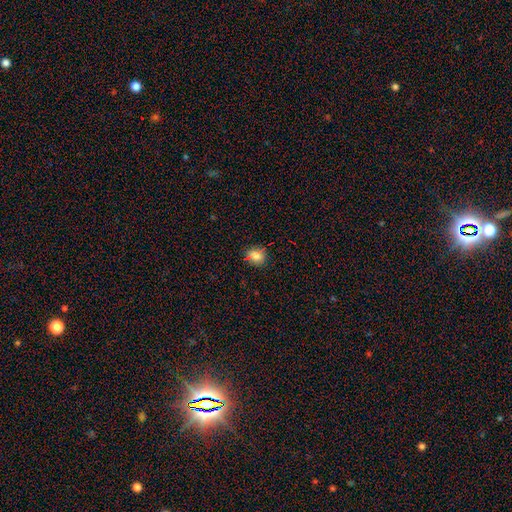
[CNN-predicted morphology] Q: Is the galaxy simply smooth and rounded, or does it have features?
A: smooth — 76%.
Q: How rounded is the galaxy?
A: round — 68%.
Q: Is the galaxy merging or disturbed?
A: none — 82%.